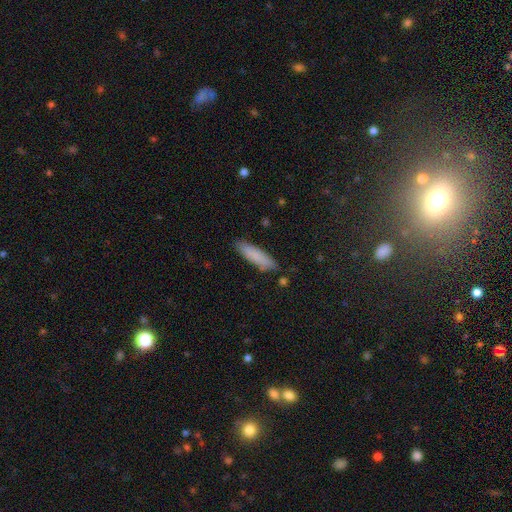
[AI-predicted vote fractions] Morphology: type=smooth (84%); roundness=cigar-shaped (70%); merging=none (85%).